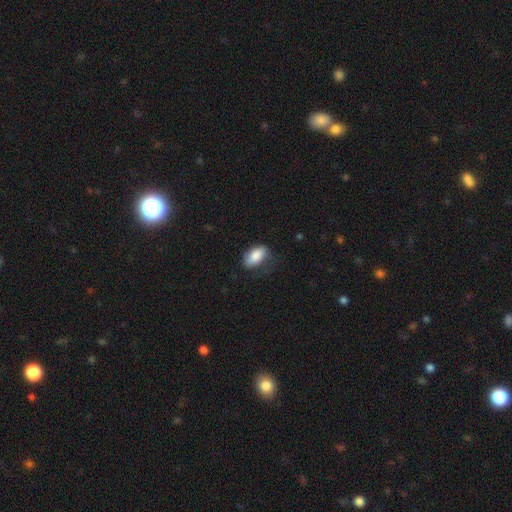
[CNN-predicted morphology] smooth_or_featured: smooth (p=0.83) [alt: featured or disk p=0.11]
how_rounded: in between (p=0.92) [alt: round p=0.05]
merging: none (p=0.54) [alt: minor disturbance p=0.31]